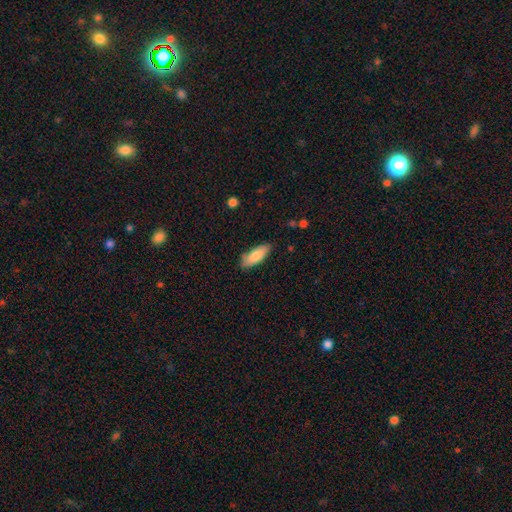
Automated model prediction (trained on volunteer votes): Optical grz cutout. It shows a smooth galaxy with no disk features (83%) that is in between round and cigar-shaped (68%). Merging: none (83%).